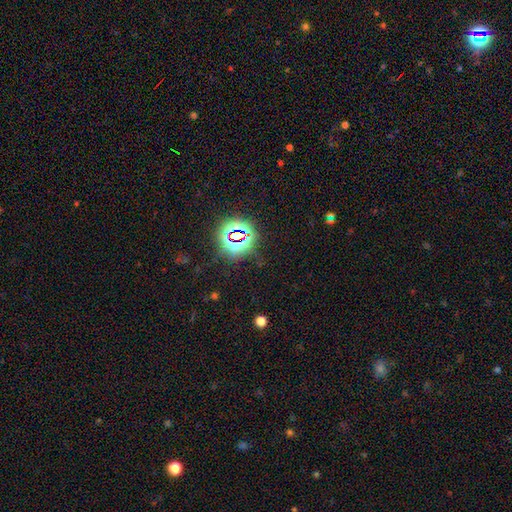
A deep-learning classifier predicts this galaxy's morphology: Overall: star or artifact (79%).